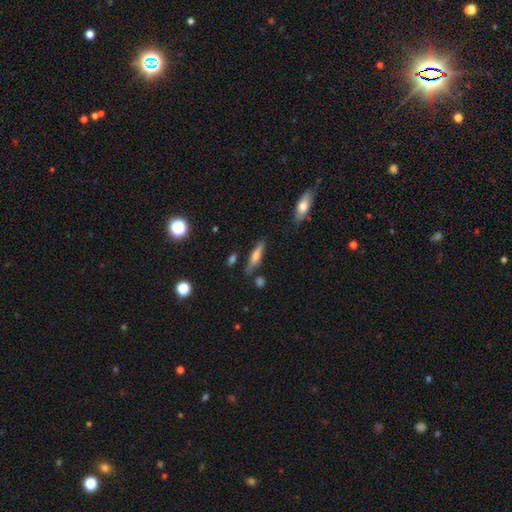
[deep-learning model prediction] This is possibly a smooth galaxy (55%). How rounded: likely cigar-shaped (73%). Merging: likely none (77%).